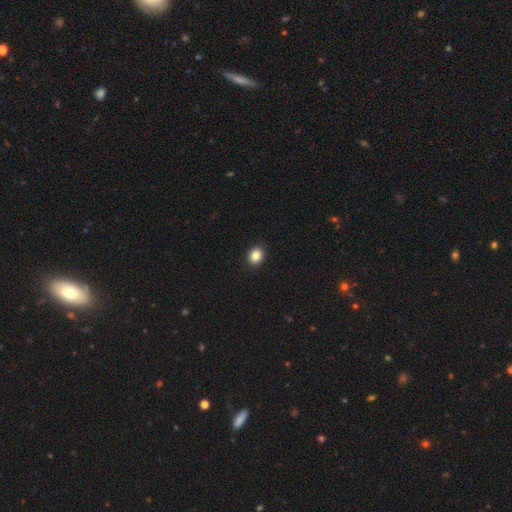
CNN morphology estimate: Smooth or featured? smooth (86%)
How rounded? round (55%)
Merging? none (92%)